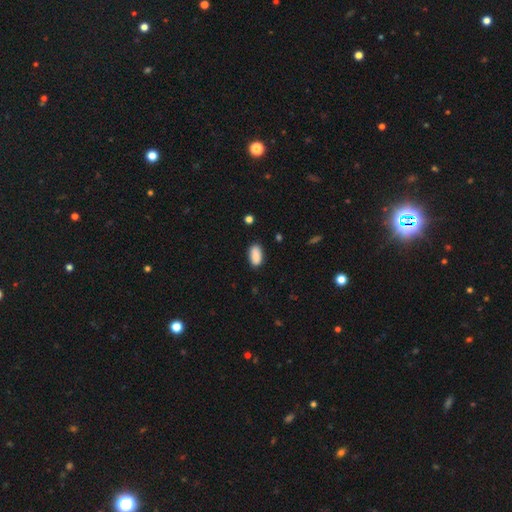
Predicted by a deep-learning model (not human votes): smooth-or-featured: smooth: 89% | star or artifact: 7% | featured or disk: 5%
  how-rounded: in between: 93% | cigar-shaped: 4% | round: 3%
  merging: none: 83% | minor disturbance: 13% | major disturbance: 2% | merger: 1%